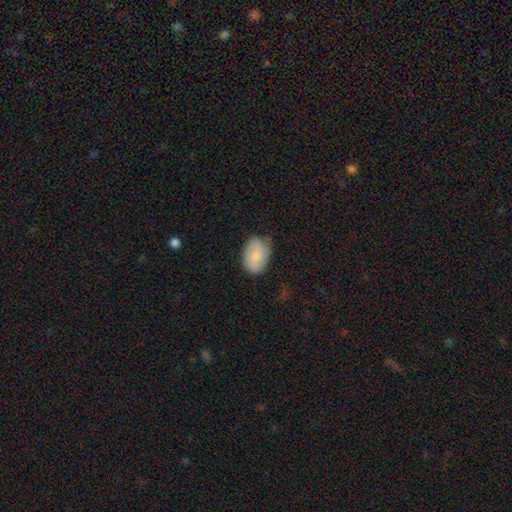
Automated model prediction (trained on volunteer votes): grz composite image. It shows a smooth galaxy with no disk features (76%) that is in between round and cigar-shaped (87%). Merging: none (69%).